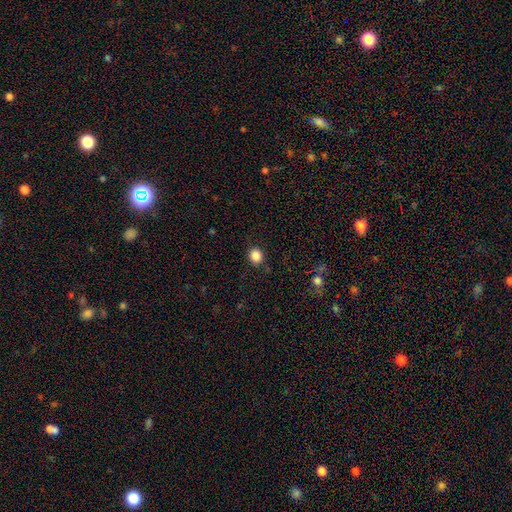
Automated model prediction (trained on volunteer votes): Q: Smooth or featured?
A: smooth (86%); runner-up: star or artifact (11%)
Q: How rounded?
A: round (79%); runner-up: in between (20%)
Q: Merging?
A: none (88%); runner-up: minor disturbance (8%)